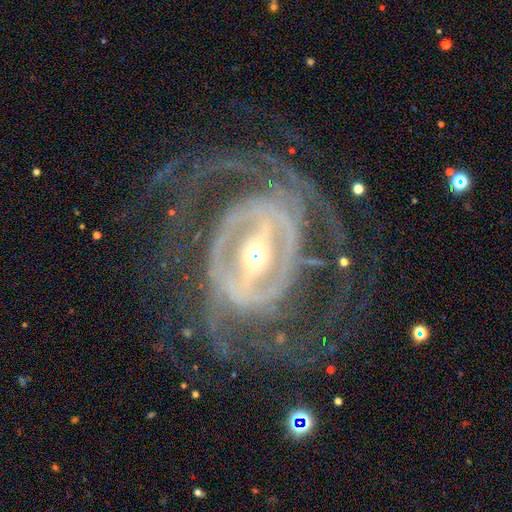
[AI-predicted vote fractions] smooth-or-featured: featured or disk: 91% | star or artifact: 5% | smooth: 4%
  disk-edge-on: no: 95% | yes: 5%
    bar: strong: 72% | weak: 21% | no: 7%
    has-spiral-arms: yes: 94% | no: 6%
      spiral-winding: tight: 61% | medium: 30% | loose: 9%
      spiral-arm-count: 2: 29% | can't tell: 25% | 3: 17% | 4: 14% | more than 4: 8% | 1: 7%
    bulge-size: moderate: 52% | small: 38% | large: 7% | dominant: 1% | none: 1%
  merging: none: 68% | major disturbance: 18% | minor disturbance: 13% | merger: 2%